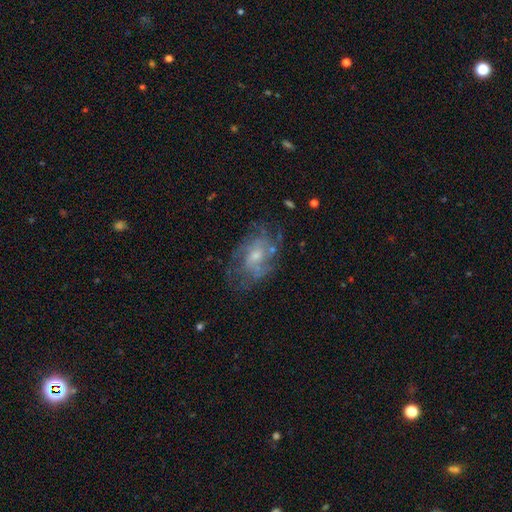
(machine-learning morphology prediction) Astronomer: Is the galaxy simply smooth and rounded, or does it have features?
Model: featured or disk — 70%.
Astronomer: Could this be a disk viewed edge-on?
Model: no — 96%.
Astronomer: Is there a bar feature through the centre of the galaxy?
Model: no — 70%.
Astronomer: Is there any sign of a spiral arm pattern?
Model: yes — 71%.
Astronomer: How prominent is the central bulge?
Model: small — 51% (runner-up: moderate, 40%).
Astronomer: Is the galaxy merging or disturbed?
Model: none — 60%.